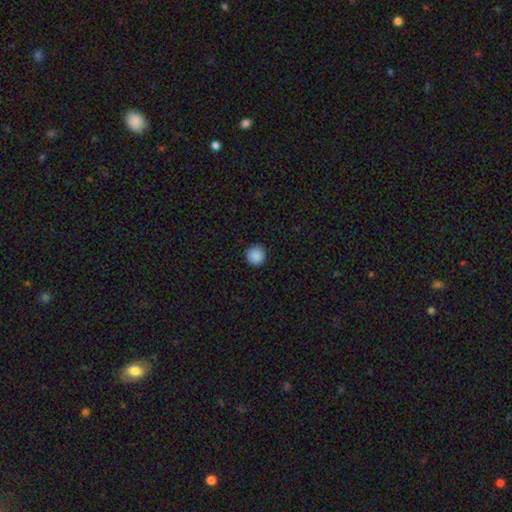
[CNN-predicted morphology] A smooth galaxy with no disk features (89%) that is round (96%). Merging: none (91%).